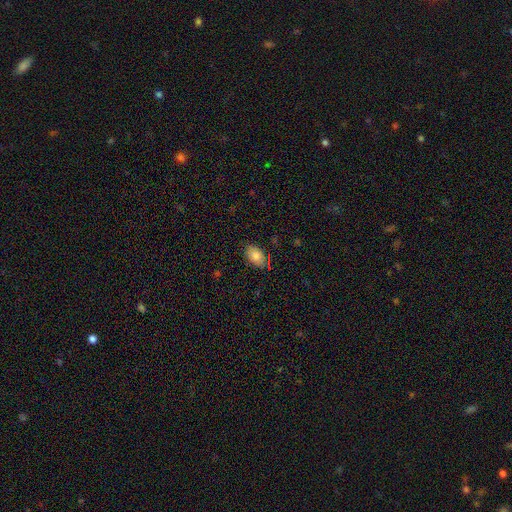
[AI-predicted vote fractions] smooth_or_featured: smooth (p=0.81) [alt: featured or disk p=0.11]
how_rounded: in between (p=0.90) [alt: round p=0.09]
merging: none (p=0.83) [alt: minor disturbance p=0.14]